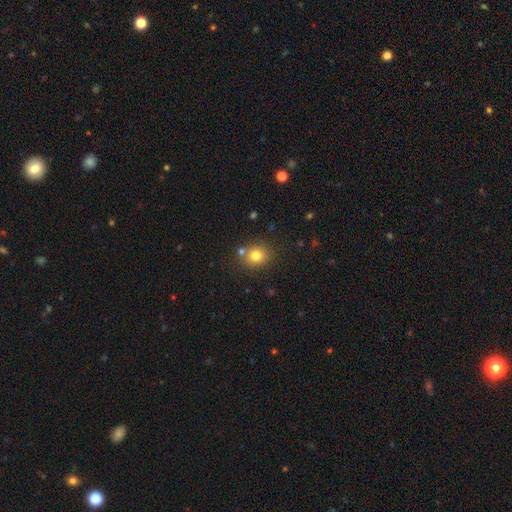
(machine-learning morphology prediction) Overall: smooth (78%). How rounded: round (80%). Merging: none (76%).